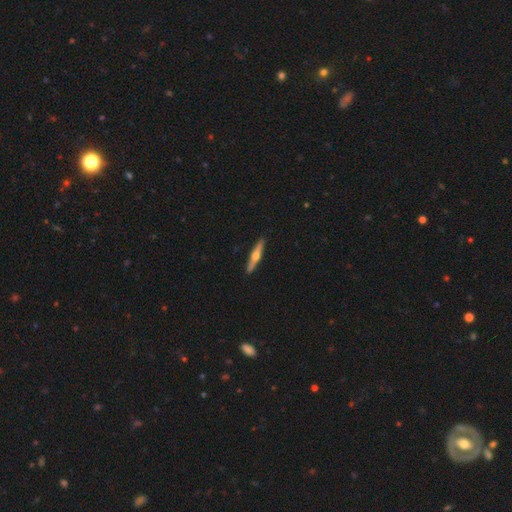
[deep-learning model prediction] Smooth or featured? Predicted: featured or disk (p=0.61). Edge-on disk? Predicted: yes (p=0.96). Edge-on bulge? Predicted: rounded (p=0.92). Merging? Predicted: none (p=0.91).